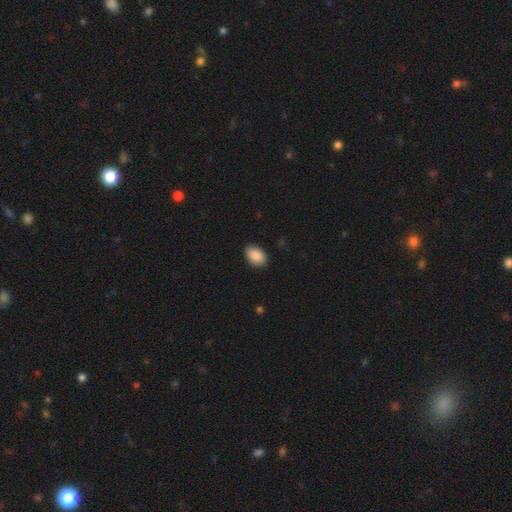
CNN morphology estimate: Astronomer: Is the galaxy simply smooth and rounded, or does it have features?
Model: smooth — 90%.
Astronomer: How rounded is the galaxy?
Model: in between — 89%.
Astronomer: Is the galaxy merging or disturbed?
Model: none — 86%.